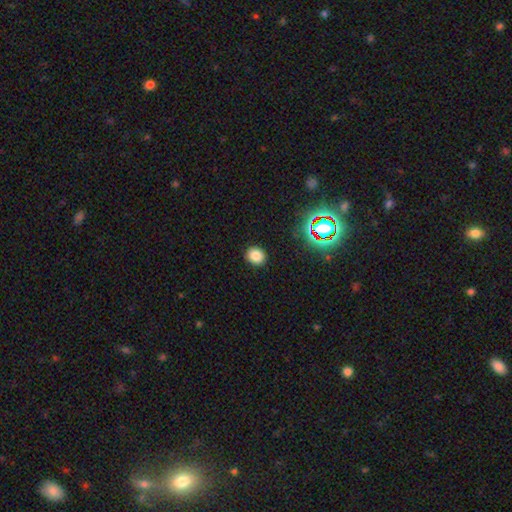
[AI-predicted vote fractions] Smooth or featured? Predicted: smooth (p=0.80). How rounded? Predicted: round (p=0.74). Merging? Predicted: none (p=0.90).